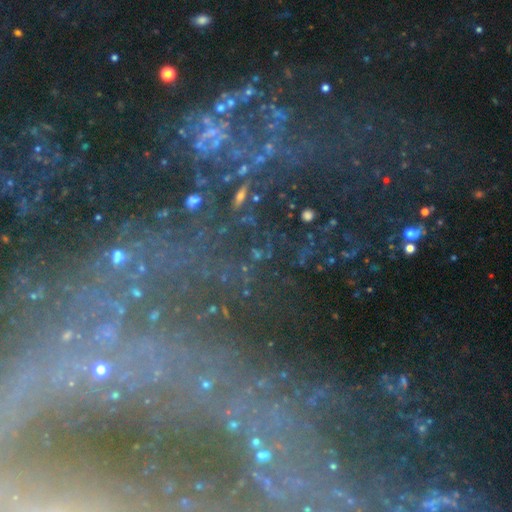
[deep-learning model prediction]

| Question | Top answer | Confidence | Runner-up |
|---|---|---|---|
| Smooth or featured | star or artifact | 62% | featured or disk (25%) |